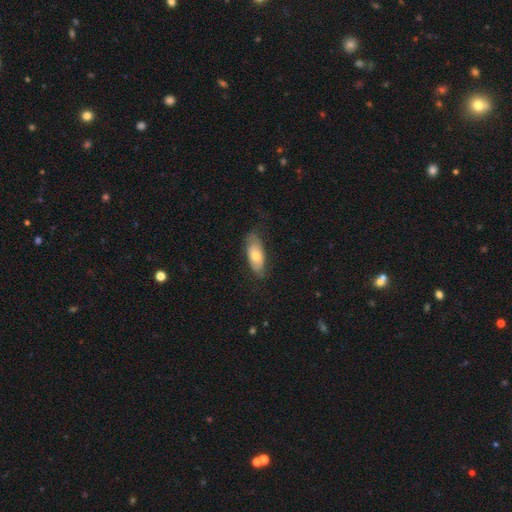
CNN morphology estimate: This is likely a smooth galaxy (68%). How rounded: clearly in between (82%). Merging: likely none (70%).